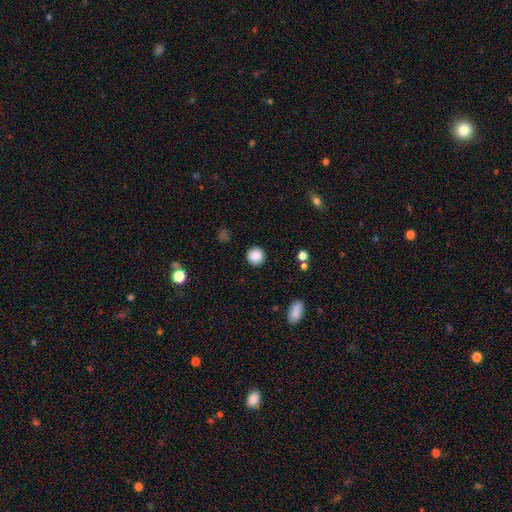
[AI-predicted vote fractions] This is clearly a smooth galaxy (86%). How rounded: clearly round (93%). Merging: clearly none (91%).